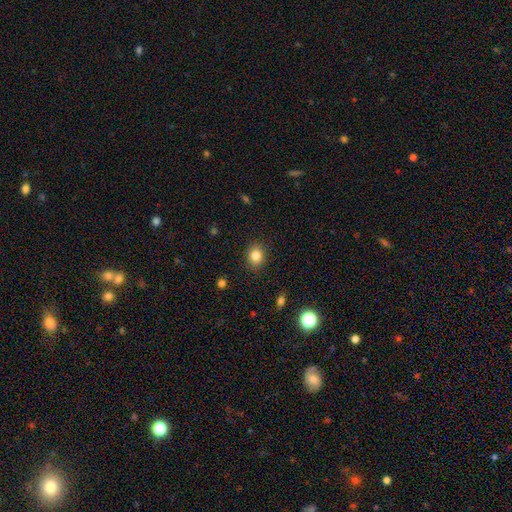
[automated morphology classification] Q: Smooth or featured?
A: smooth (83%); runner-up: star or artifact (11%)
Q: How rounded?
A: round (63%); runner-up: in between (36%)
Q: Merging?
A: none (88%); runner-up: minor disturbance (8%)